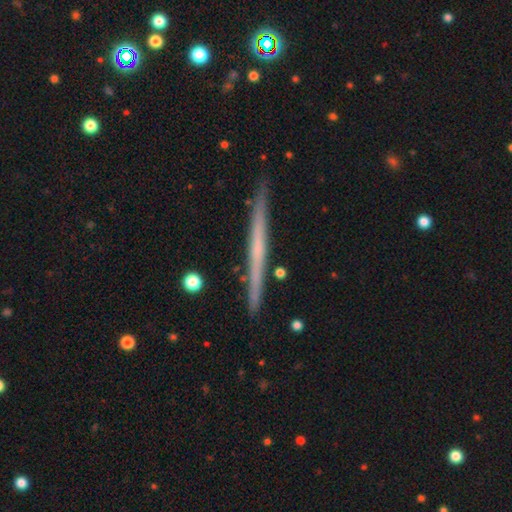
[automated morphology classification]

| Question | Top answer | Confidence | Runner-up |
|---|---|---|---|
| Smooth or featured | featured or disk | 58% | smooth (37%) |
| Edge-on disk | yes | 98% | no (2%) |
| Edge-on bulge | none | 86% | rounded (10%) |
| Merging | none | 89% | minor disturbance (8%) |